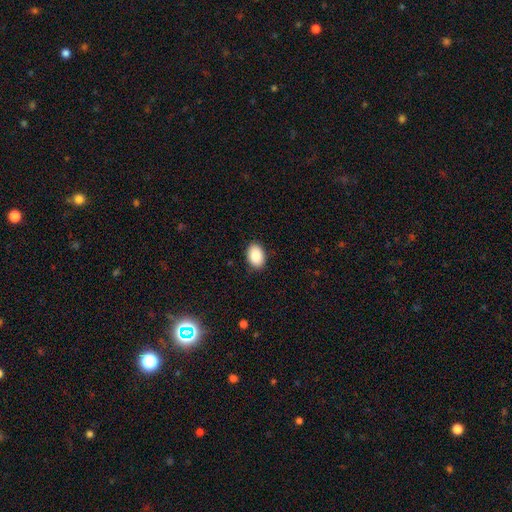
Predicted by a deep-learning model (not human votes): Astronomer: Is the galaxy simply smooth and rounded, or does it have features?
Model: smooth — 89%.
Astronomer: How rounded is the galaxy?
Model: in between — 88%.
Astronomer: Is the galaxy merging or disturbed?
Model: none — 88%.